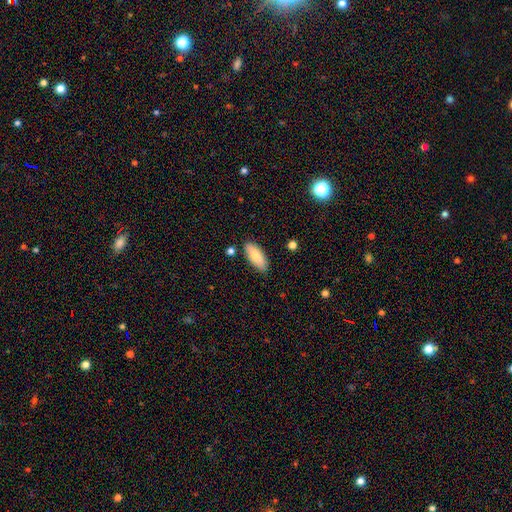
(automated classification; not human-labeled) smooth-or-featured: smooth: 80% | featured or disk: 13% | star or artifact: 6%
  how-rounded: in between: 81% | cigar-shaped: 17% | round: 2%
  merging: none: 82% | minor disturbance: 13% | merger: 3% | major disturbance: 2%